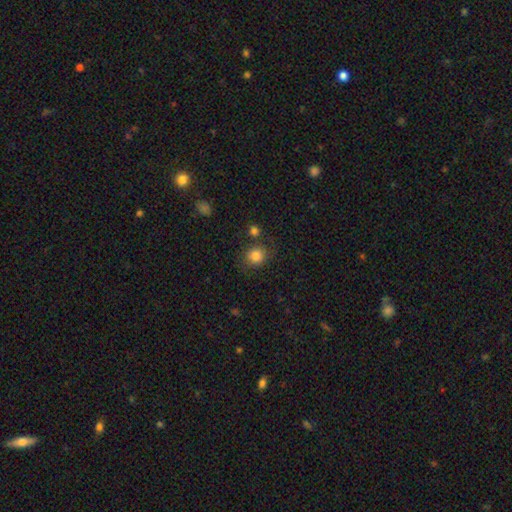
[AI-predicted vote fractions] Smooth or featured: smooth — 83% (star or artifact — 10%)
How rounded: round — 80% (in between — 19%)
Merging: none — 72% (minor disturbance — 14%)